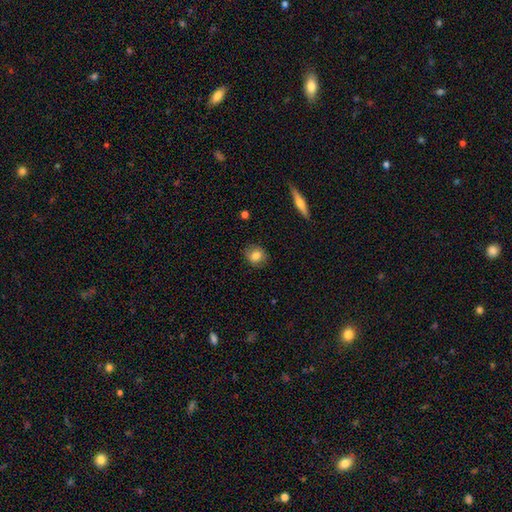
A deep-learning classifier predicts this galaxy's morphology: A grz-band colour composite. It shows a smooth galaxy with no disk features (80%) that is round (69%). Merging: none (84%).